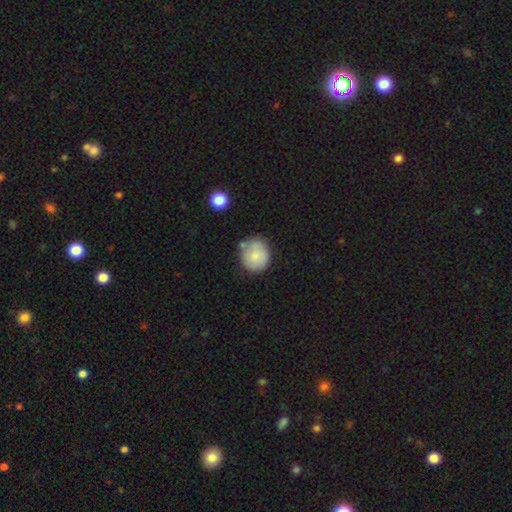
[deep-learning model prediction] Smooth or featured? smooth (77%)
How rounded? round (78%)
Merging? none (67%)